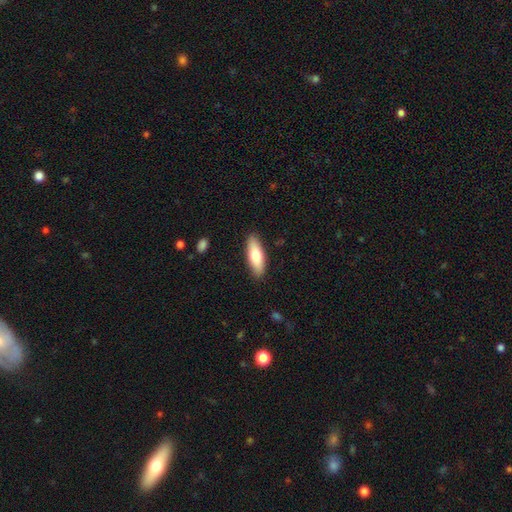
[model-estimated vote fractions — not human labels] Smooth or featured: smooth — 73% (featured or disk — 22%)
How rounded: in between — 57% (cigar-shaped — 41%)
Merging: none — 88% (minor disturbance — 9%)